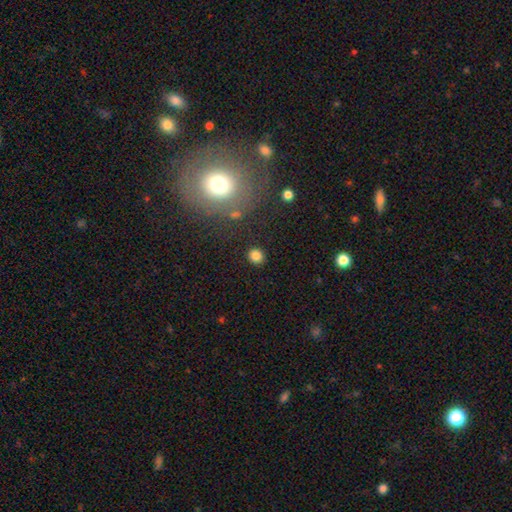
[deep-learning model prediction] smooth 83%, star or artifact 12%, featured or disk 5%. Down the decision tree: how rounded — round (87%); merging — none (90%).